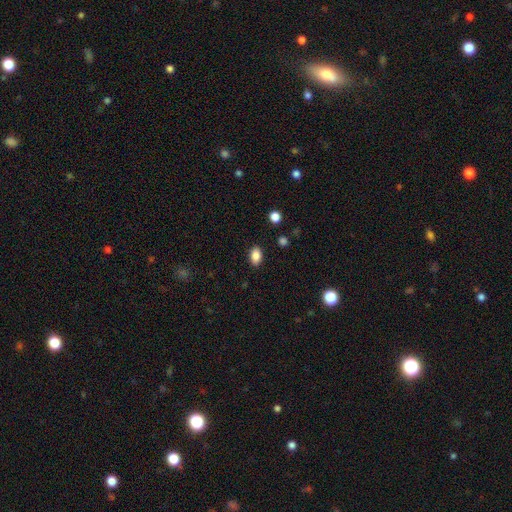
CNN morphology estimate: A smooth galaxy with no disk features (86%) that is in between round and cigar-shaped (87%).

Vote fractions:
- Smooth or featured? smooth: 86% / star or artifact: 9% / featured or disk: 5%
- How rounded? in between: 87% / round: 11% / cigar-shaped: 2%
- Merging? none: 87% / minor disturbance: 9% / major disturbance: 2% / merger: 1%